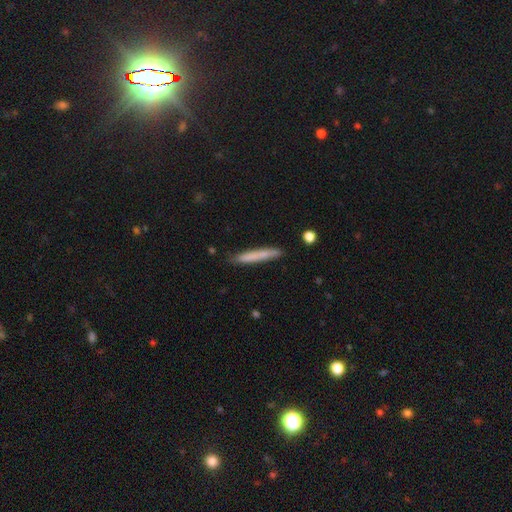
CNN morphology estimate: This appears to be a smooth galaxy with no disk features (73%) that is cigar-shaped (96%). Merging: none (85%).